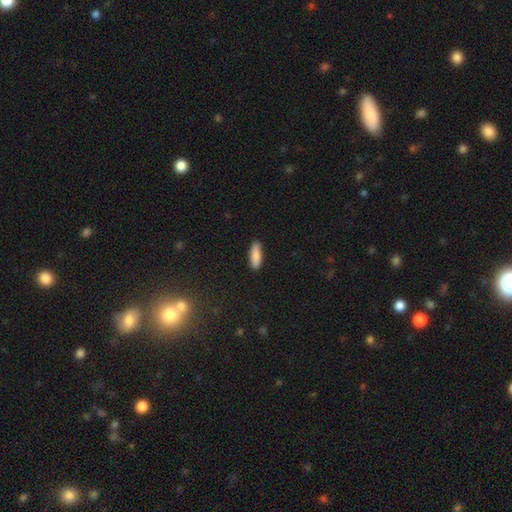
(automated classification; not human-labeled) Smooth or featured? smooth (87%)
How rounded? in between (55%)
Merging? none (89%)